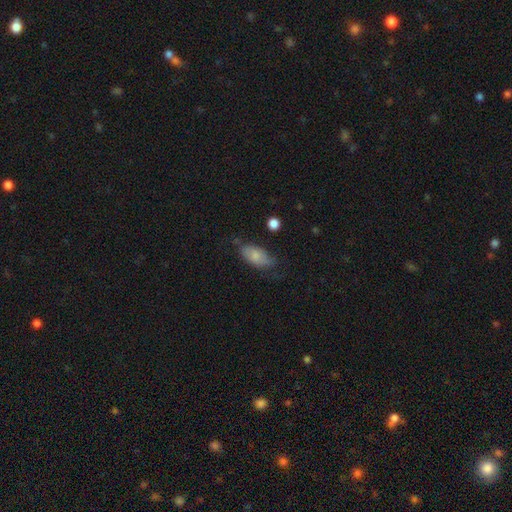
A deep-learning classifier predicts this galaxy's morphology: This appears to be a smooth galaxy with no disk features (74%) that is in between round and cigar-shaped (90%). Merging: none (54%).